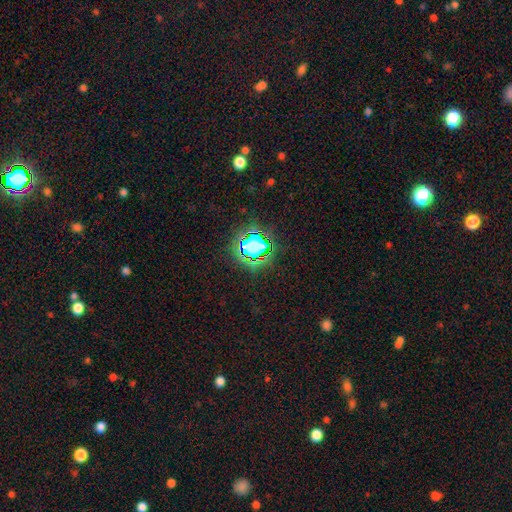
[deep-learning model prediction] star or artifact 58%, smooth 31%, featured or disk 11%.